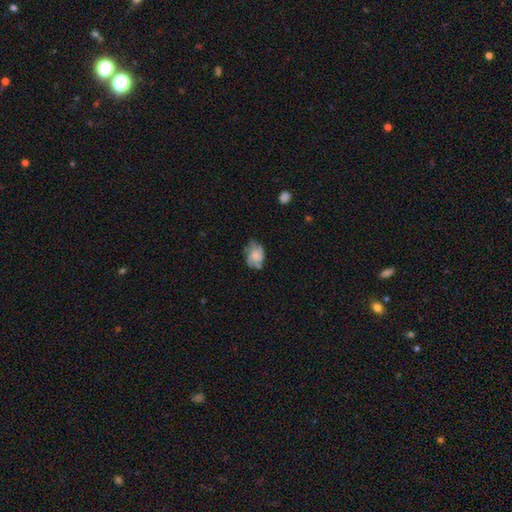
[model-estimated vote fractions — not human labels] This is possibly a featured or disk galaxy (59%). It is clearly not viewed edge-on (97%). Bar: likely no (77%). Spiral arm pattern: clearly yes (88%). Spiral arm count: marginally 3 (35%). Spiral winding: marginally medium (43%). Central bulge: marginally small (44%). Merging: likely none (63%).